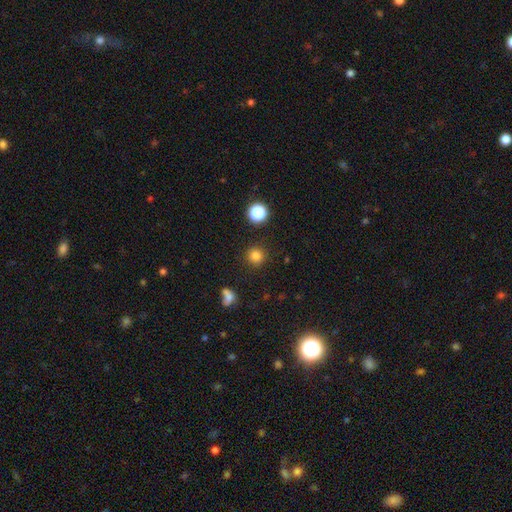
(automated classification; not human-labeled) The model was most divided on "smooth or featured": smooth: 81%, star or artifact: 15%, featured or disk: 5%. More confident: how rounded — round (94%); merging — none (89%).